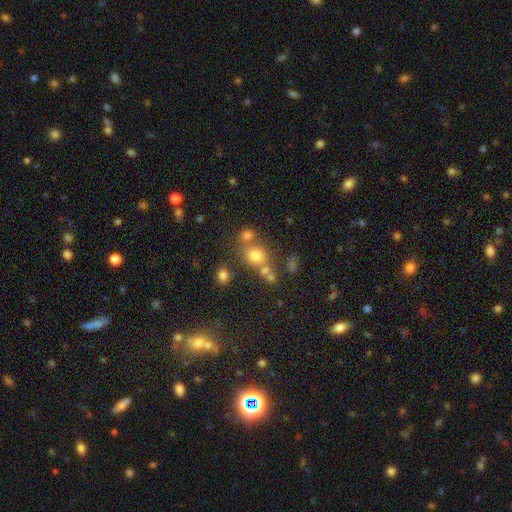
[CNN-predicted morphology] smooth 70%, star or artifact 19%, featured or disk 11%. Down the decision tree: how rounded — round (77%); merging — none (58%).